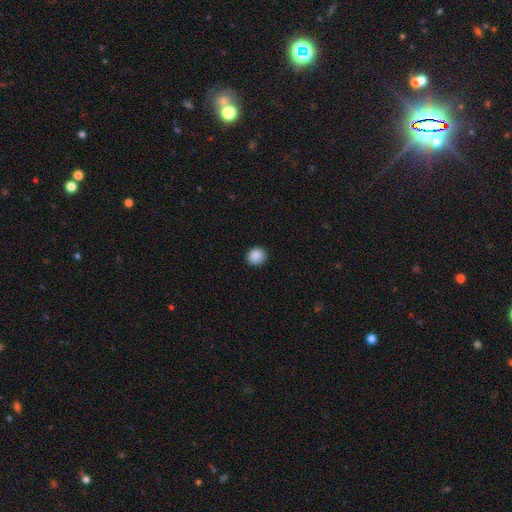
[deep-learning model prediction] Smooth or featured? smooth (89%)
How rounded? round (84%)
Merging? none (89%)